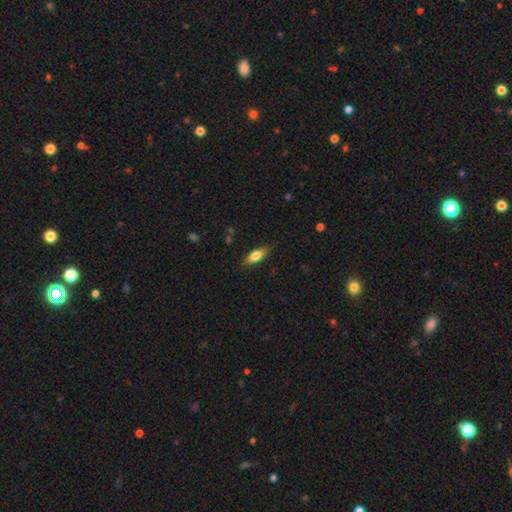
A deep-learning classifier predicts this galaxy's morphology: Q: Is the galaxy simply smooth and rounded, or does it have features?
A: smooth — 70%.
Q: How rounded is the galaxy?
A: in between — 65%.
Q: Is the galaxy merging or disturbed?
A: none — 84%.